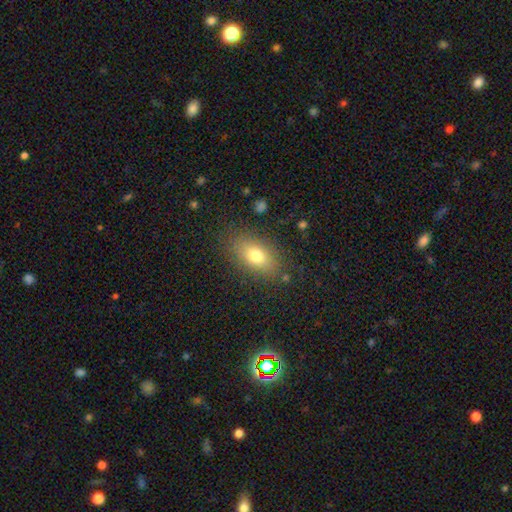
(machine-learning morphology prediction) smooth_or_featured: smooth (p=0.75) [alt: featured or disk p=0.15]
how_rounded: in between (p=0.84) [alt: round p=0.11]
merging: none (p=0.84) [alt: minor disturbance p=0.11]